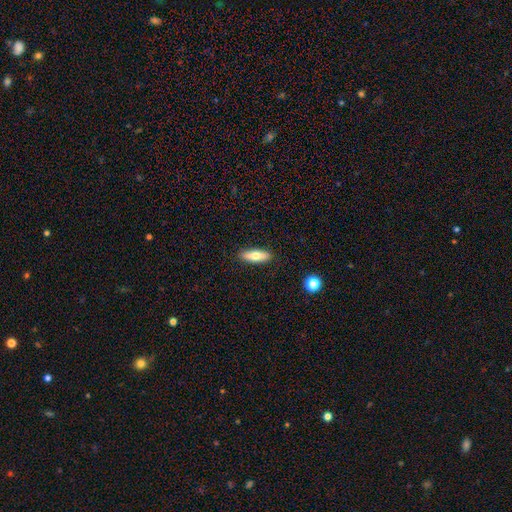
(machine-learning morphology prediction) A smooth galaxy with no disk features (68%) that is cigar-shaped (51%). Merging: none (89%).